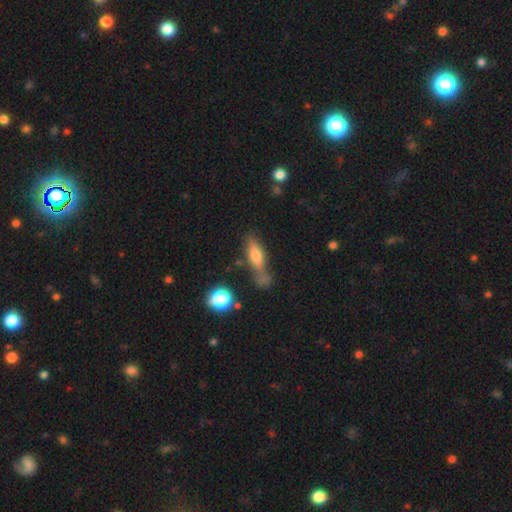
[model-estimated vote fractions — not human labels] This is possibly a smooth galaxy (57%). How rounded: possibly cigar-shaped (52%). Merging: possibly none (57%).